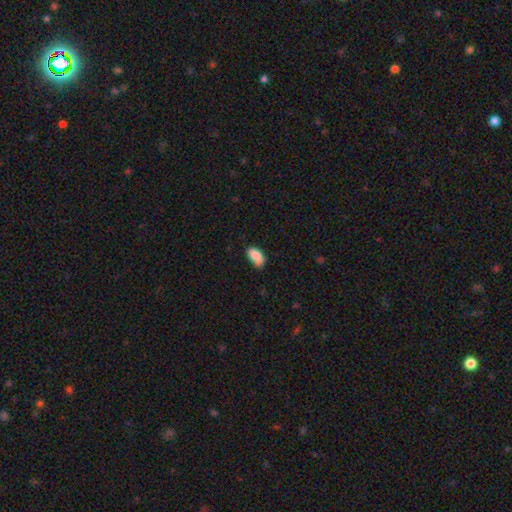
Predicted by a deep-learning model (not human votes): This appears to be a smooth galaxy with no disk features (86%) that is in between round and cigar-shaped (93%). Merging: none (59%).